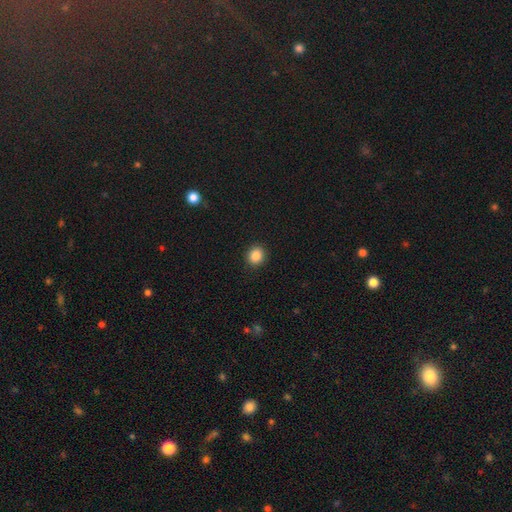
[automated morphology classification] type=smooth (87%); roundness=round (83%); merging=none (92%).